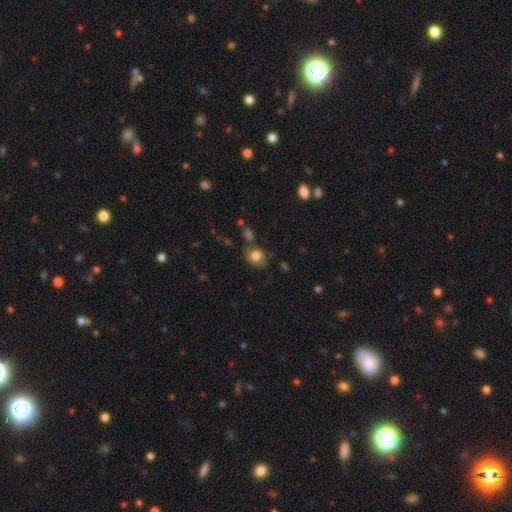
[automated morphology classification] A smooth galaxy with no disk features (81%) that is round (63%). Merging: none (62%).